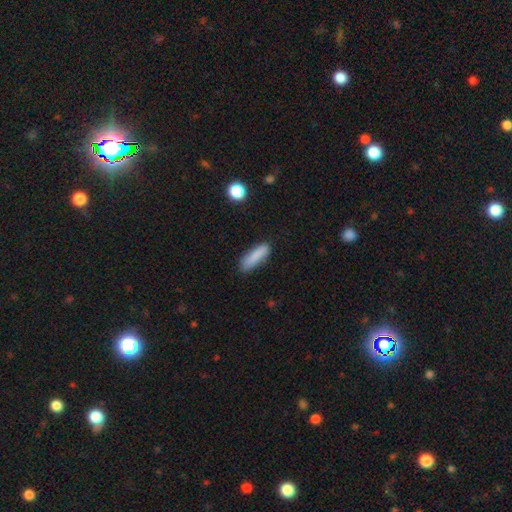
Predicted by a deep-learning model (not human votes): smooth-or-featured: smooth: 86% | star or artifact: 7% | featured or disk: 7%
  how-rounded: cigar-shaped: 63% | in between: 35% | round: 2%
  merging: none: 79% | minor disturbance: 16% | major disturbance: 3% | merger: 2%